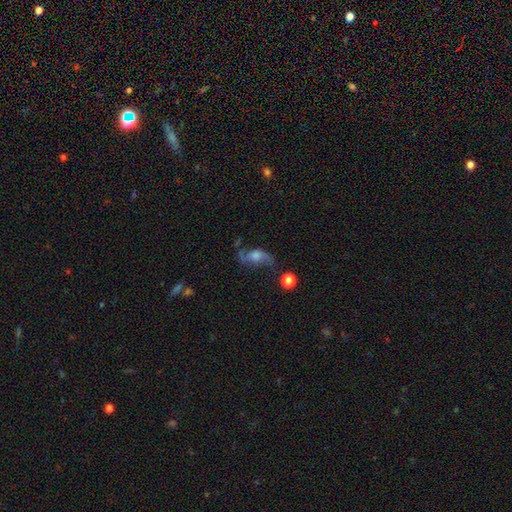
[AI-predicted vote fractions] smooth_or_featured: featured or disk (p=0.75) [alt: smooth p=0.14]
disk_edge_on: no (p=0.91) [alt: yes p=0.09]
bar: no (p=0.62) [alt: weak p=0.31]
has_spiral_arms: yes (p=0.93) [alt: no p=0.07]
spiral_winding: loose (p=0.85) [alt: medium p=0.12]
spiral_arm_count: 2 (p=0.92) [alt: 1 p=0.03]
bulge_size: moderate (p=0.42) [alt: small p=0.23]
merging: none (p=0.65) [alt: minor disturbance p=0.17]